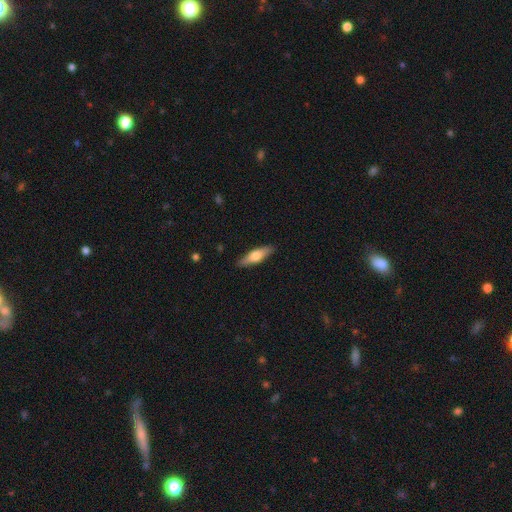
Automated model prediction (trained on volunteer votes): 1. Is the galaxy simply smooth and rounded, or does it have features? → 55% smooth, 39% featured or disk, 6% star or artifact.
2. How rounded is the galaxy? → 58% cigar-shaped, 40% in between, 2% round.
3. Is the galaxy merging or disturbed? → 88% none, 9% minor disturbance, 2% major disturbance, 1% merger.